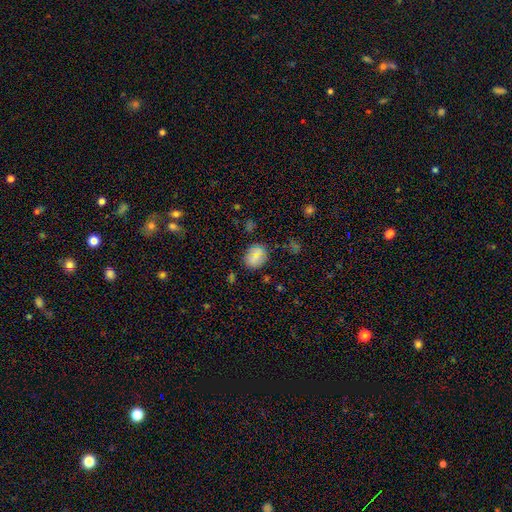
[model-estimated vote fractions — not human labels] A smooth galaxy with no disk features (74%) that is round (54%). Merging: none (80%).